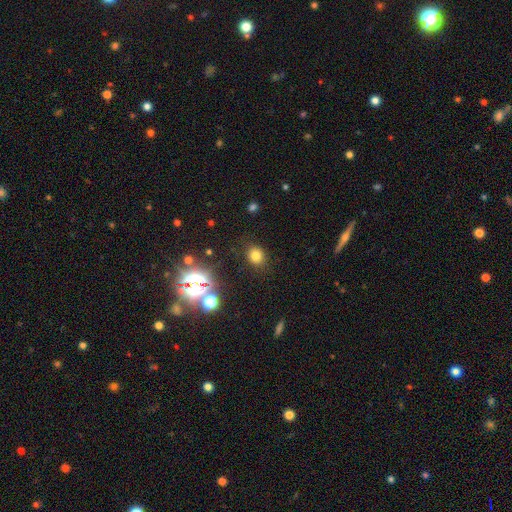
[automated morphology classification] Smooth or featured: smooth — 73% (star or artifact — 20%)
How rounded: round — 66% (in between — 33%)
Merging: none — 87% (minor disturbance — 8%)